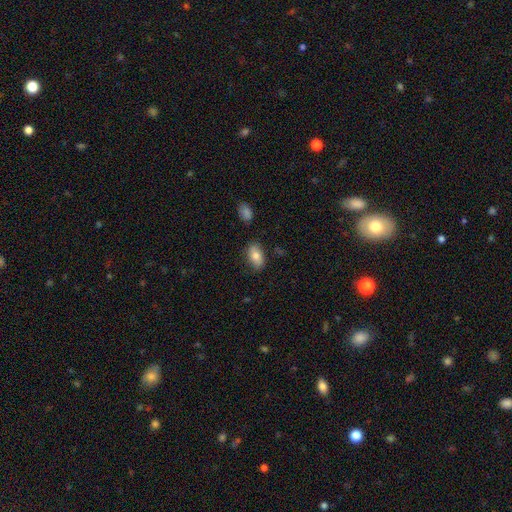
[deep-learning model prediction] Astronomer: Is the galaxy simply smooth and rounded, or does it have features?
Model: smooth — 79%.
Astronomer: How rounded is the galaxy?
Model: in between — 92%.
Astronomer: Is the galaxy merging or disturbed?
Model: none — 79%.